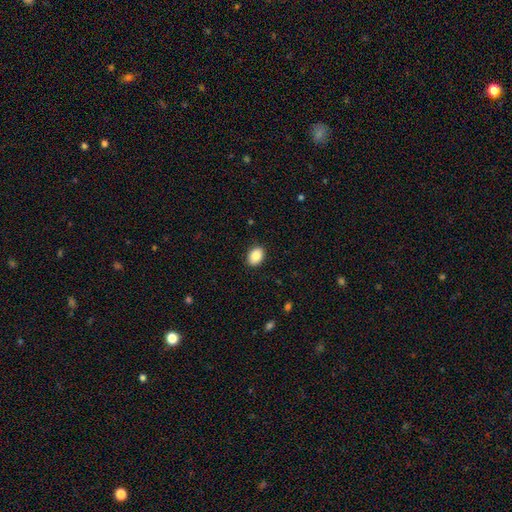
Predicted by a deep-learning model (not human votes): Smooth or featured? Predicted: smooth (p=0.87). How rounded? Predicted: in between (p=0.73). Merging? Predicted: none (p=0.89).